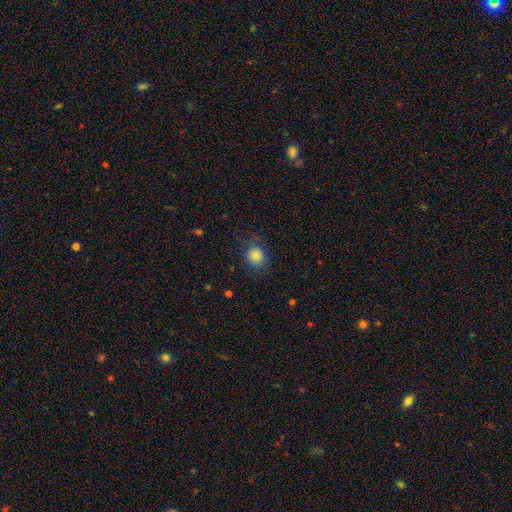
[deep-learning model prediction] Q: Smooth or featured?
A: smooth (84%); runner-up: star or artifact (10%)
Q: How rounded?
A: round (70%); runner-up: in between (29%)
Q: Merging?
A: none (75%); runner-up: minor disturbance (17%)